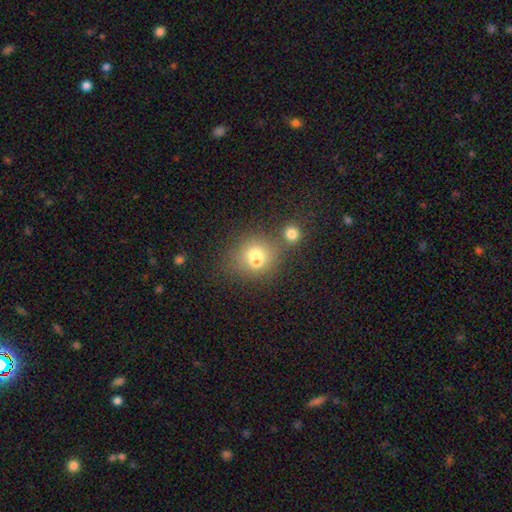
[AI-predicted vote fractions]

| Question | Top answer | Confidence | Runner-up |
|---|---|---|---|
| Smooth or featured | smooth | 69% | featured or disk (18%) |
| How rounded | round | 77% | in between (22%) |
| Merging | merger | 47% | none (40%) |